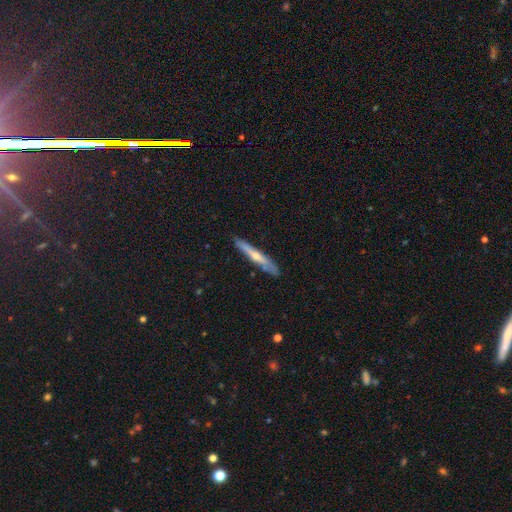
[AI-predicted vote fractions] A featured or disk galaxy (57%) viewed edge-on (91%) with a rounded central bulge (72%). Merging: none (85%).